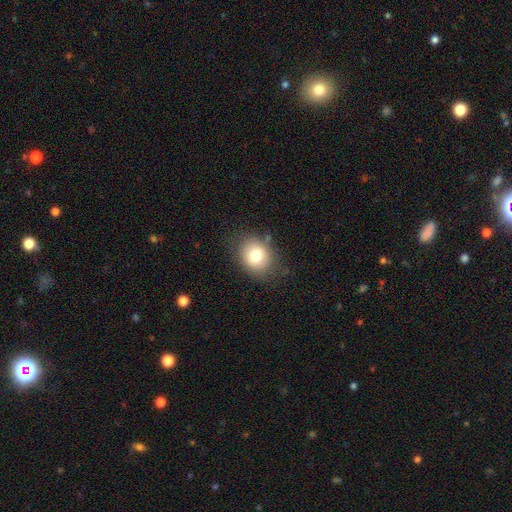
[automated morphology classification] Smooth or featured? Predicted: smooth (p=0.76). How rounded? Predicted: round (p=0.58). Merging? Predicted: none (p=0.77).